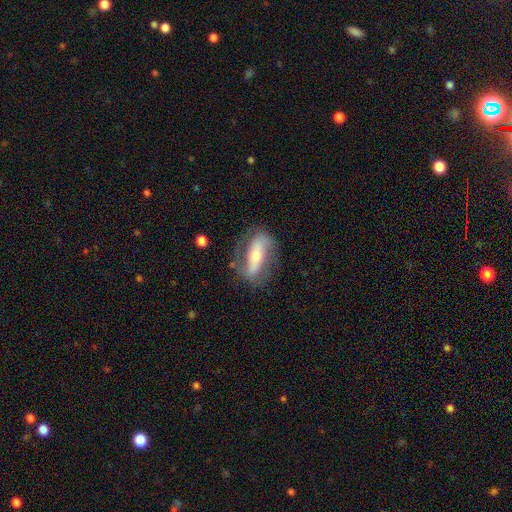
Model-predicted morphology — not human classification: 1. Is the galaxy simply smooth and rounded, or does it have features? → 72% featured or disk, 22% smooth, 6% star or artifact.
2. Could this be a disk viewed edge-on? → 85% no, 15% yes.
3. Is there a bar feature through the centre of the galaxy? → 55% strong, 24% no, 21% weak.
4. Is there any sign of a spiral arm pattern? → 76% yes, 24% no.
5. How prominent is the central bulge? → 50% moderate, 43% small, 4% large, 1% dominant, 1% none.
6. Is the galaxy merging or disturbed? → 71% none, 18% minor disturbance, 10% major disturbance, 2% merger.